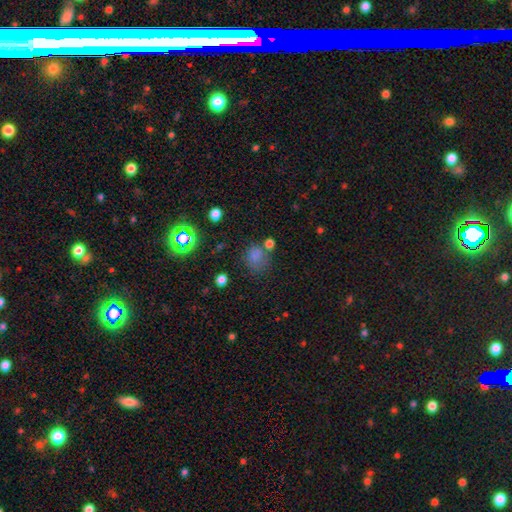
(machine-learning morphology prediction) type=smooth (70%); roundness=round (62%); merging=none (54%).